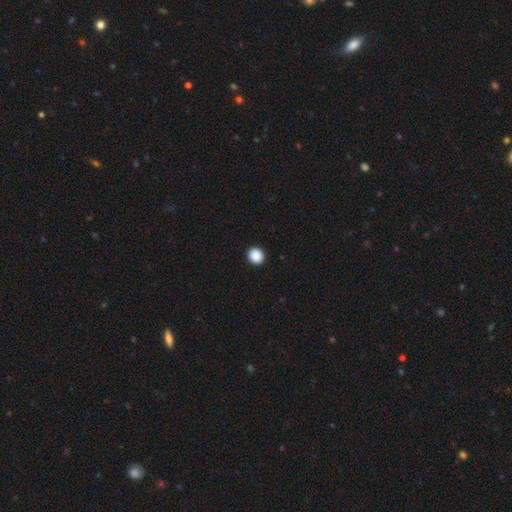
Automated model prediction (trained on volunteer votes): Smooth or featured: smooth — 89% (star or artifact — 9%)
How rounded: round — 81% (in between — 18%)
Merging: none — 93% (minor disturbance — 4%)